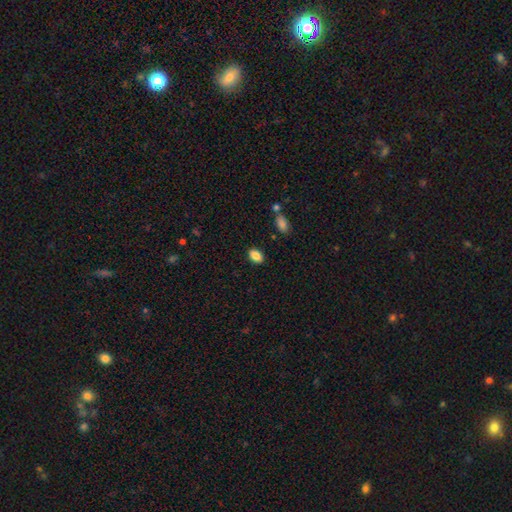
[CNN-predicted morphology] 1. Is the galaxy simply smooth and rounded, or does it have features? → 87% smooth, 8% star or artifact, 5% featured or disk.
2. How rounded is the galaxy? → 87% in between, 11% round, 2% cigar-shaped.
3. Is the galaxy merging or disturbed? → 87% none, 9% minor disturbance, 2% major disturbance, 2% merger.